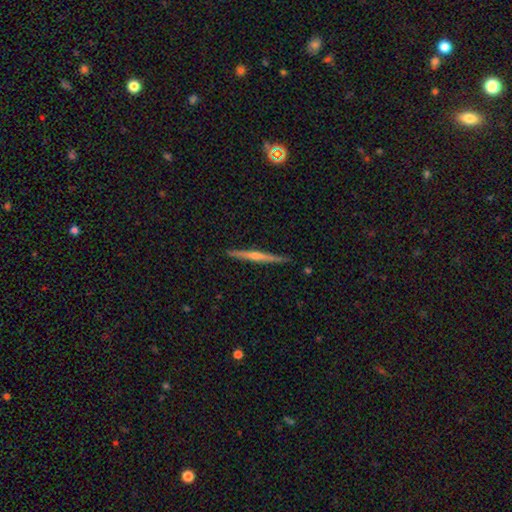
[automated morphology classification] Smooth or featured? featured or disk (70%)
Edge-on disk? yes (98%)
Edge-on bulge? rounded (71%)
Merging? none (89%)